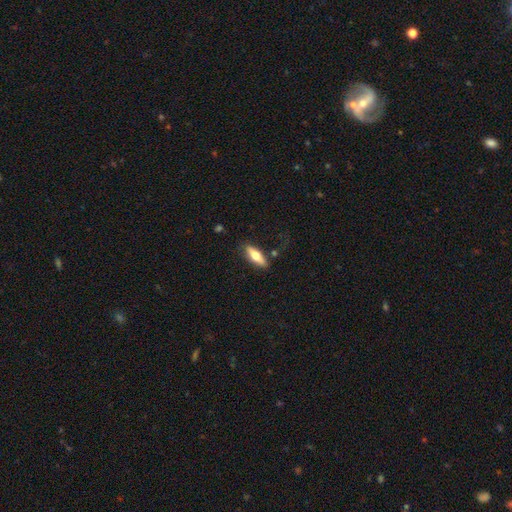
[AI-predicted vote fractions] This appears to be a smooth galaxy with no disk features (56%) that is in between round and cigar-shaped (52%). Merging: none (80%).